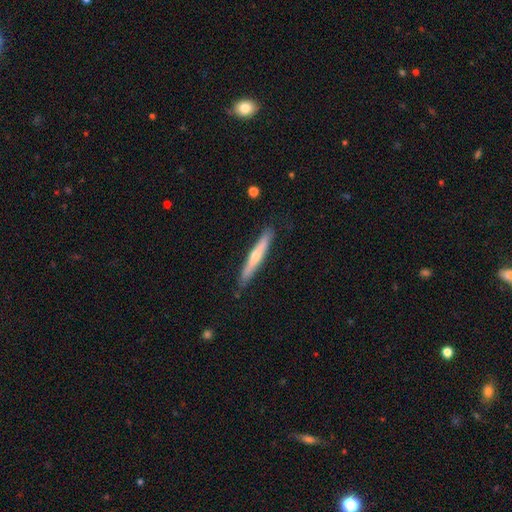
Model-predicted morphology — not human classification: Overall: featured or disk (53%; smooth 42%). Edge-on disk: yes (93%). Merging: none (86%).